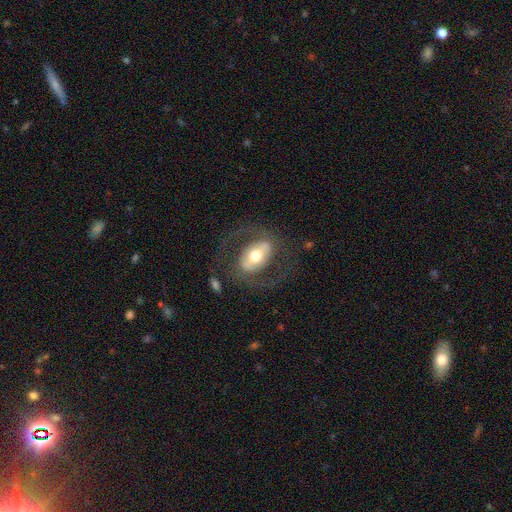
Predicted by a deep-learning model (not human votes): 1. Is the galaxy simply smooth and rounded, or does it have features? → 67% featured or disk, 27% smooth, 6% star or artifact.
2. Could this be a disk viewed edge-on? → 91% no, 9% yes.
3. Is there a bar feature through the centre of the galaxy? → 46% strong, 27% no, 27% weak.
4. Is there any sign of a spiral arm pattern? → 51% yes, 49% no.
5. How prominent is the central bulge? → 66% moderate, 21% large, 9% small, 2% dominant, 1% none.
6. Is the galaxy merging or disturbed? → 68% none, 17% major disturbance, 13% minor disturbance, 2% merger.